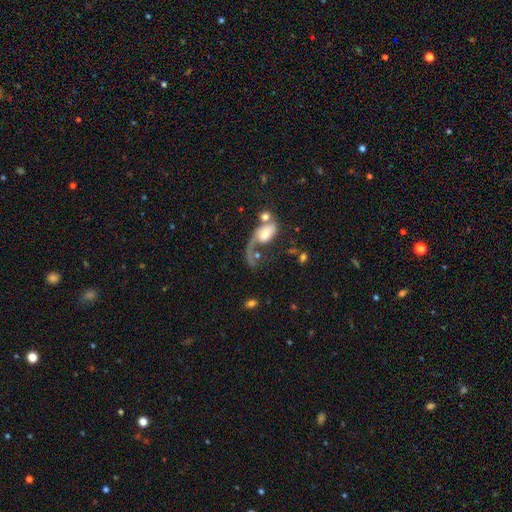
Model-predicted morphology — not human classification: Overall: featured or disk (56%; smooth 34%). Edge-on disk: no (94%). Bar: no (72%). Spiral arms: yes (72%). Bulge size: moderate (42%; large 26%). Merging: major disturbance (41%; merger 27%).